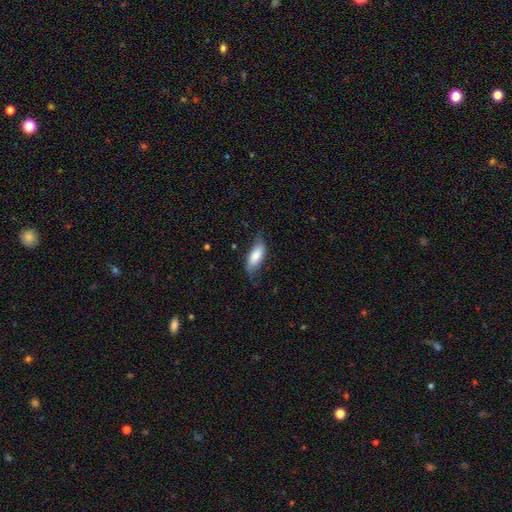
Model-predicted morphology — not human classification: A smooth galaxy with no disk features (70%) that is in between round and cigar-shaped (80%). Merging: none (57%).